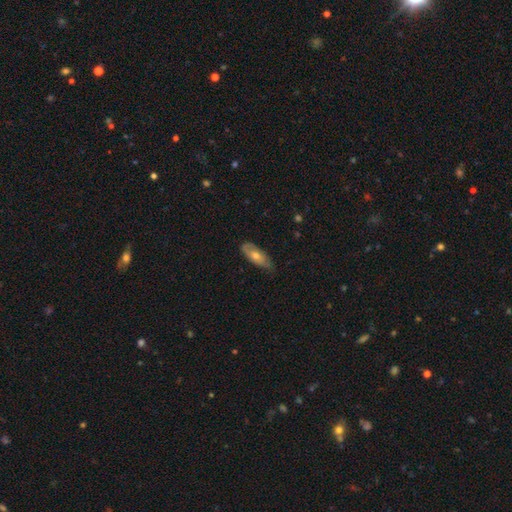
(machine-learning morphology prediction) type=featured or disk (50%); edge-on=no (73%); merging=none (71%).